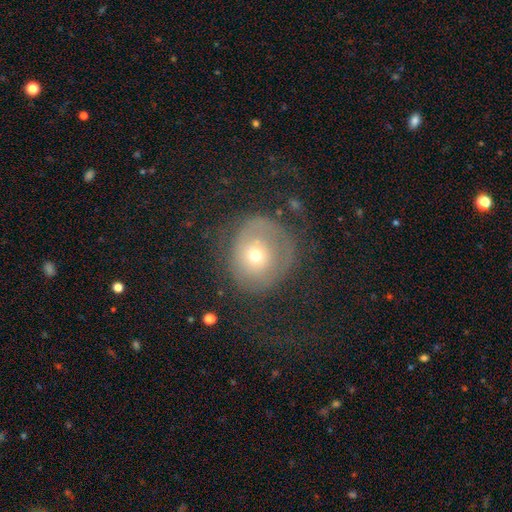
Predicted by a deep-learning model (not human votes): Smooth or featured? Predicted: featured or disk (p=0.44, tied with smooth). Merging? Predicted: none (p=0.50).